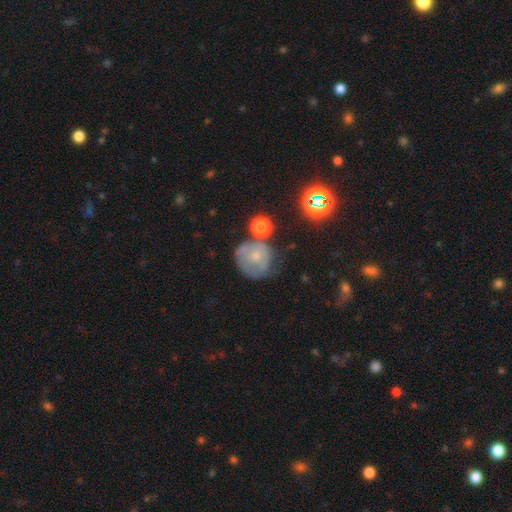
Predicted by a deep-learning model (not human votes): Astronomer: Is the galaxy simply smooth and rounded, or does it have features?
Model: smooth — 49% (runner-up: featured or disk, 40%).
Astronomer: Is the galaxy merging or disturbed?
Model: none — 46% (runner-up: minor disturbance, 27%).